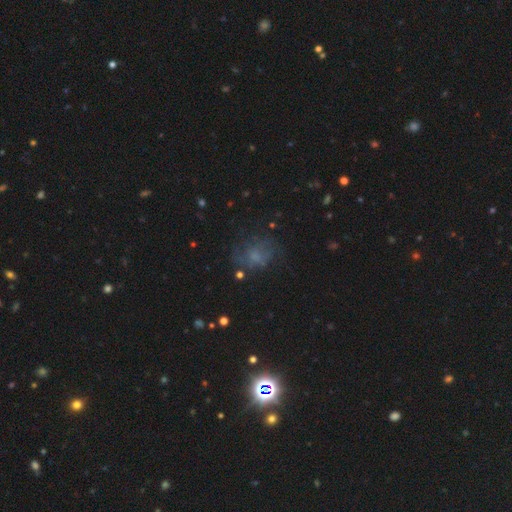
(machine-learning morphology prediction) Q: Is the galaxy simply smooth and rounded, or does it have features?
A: smooth — 46%.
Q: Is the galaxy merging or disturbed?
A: none — 56%.